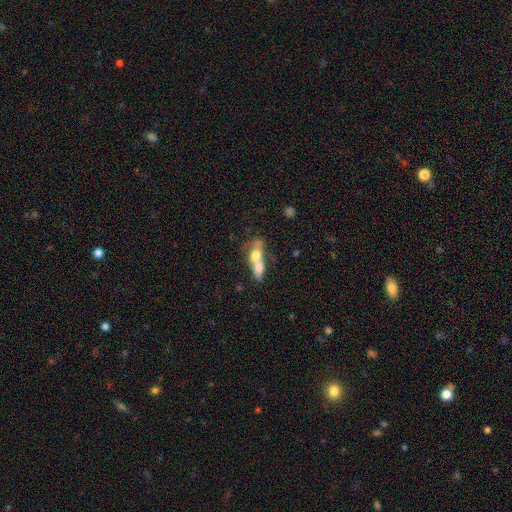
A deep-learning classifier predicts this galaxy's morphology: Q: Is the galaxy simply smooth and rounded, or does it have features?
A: smooth — 60%.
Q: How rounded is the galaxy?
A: in between — 61%.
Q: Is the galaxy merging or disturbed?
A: merger — 71%.